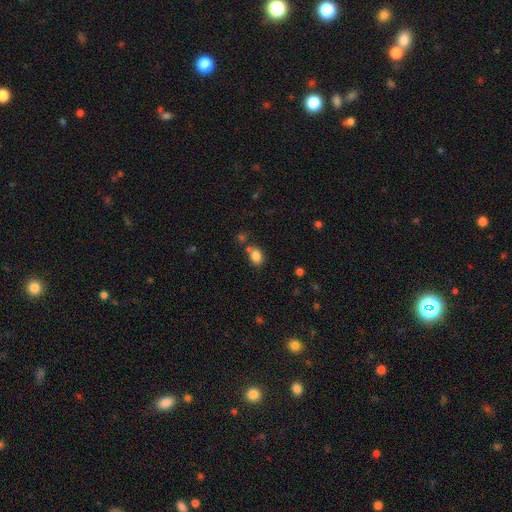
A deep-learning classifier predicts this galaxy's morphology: Smooth or featured?
  - smooth: 83% *
  - star or artifact: 11%
  - featured or disk: 6%
How rounded?
  - in between: 52% *
  - round: 47%
  - cigar-shaped: 1%
Merging?
  - none: 62% *
  - merger: 17%
  - minor disturbance: 15%
  - major disturbance: 5%